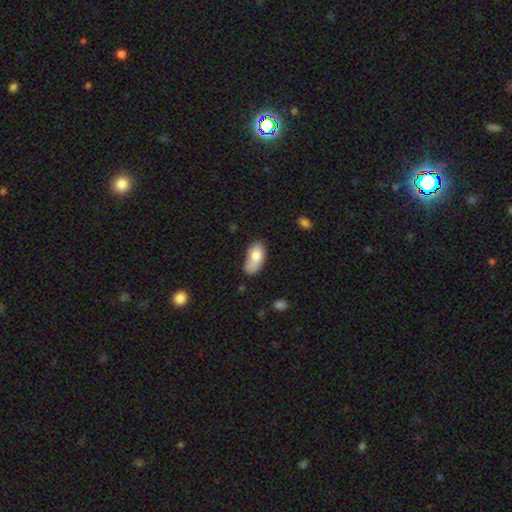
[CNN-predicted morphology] smooth_or_featured: smooth (p=0.76) [alt: featured or disk p=0.17]
how_rounded: in between (p=0.92) [alt: round p=0.04]
merging: none (p=0.40) [alt: minor disturbance p=0.33]